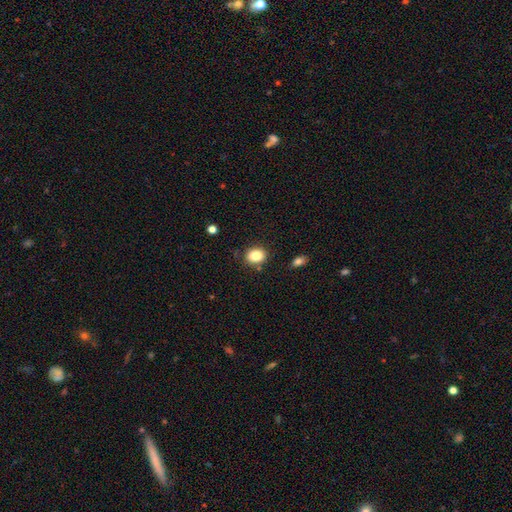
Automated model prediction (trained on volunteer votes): A smooth galaxy with no disk features (85%) that is in between round and cigar-shaped (51%).

Vote fractions:
- Smooth or featured? smooth: 85% / star or artifact: 9% / featured or disk: 6%
- How rounded? in between: 51% / round: 48% / cigar-shaped: 1%
- Merging? none: 82% / minor disturbance: 11% / merger: 4% / major disturbance: 3%